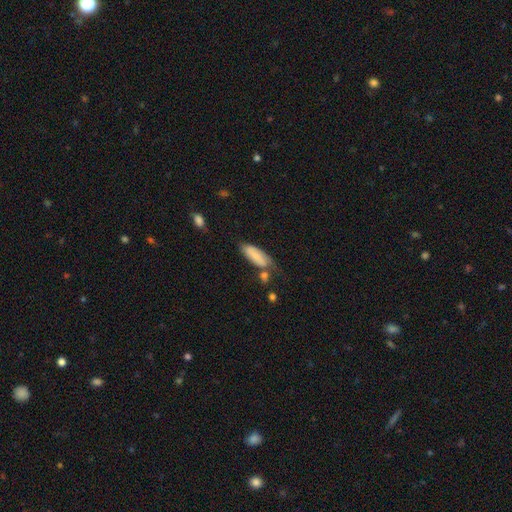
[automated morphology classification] type=smooth (76%); roundness=in between (68%); merging=none (44%).